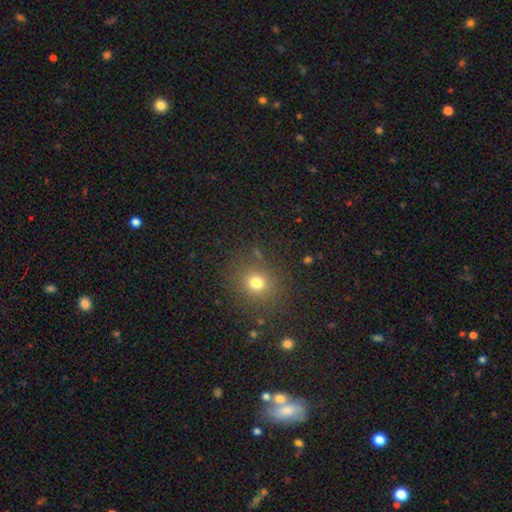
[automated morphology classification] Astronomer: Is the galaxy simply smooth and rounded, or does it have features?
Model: smooth — 63%.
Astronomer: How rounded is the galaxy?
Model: round — 85%.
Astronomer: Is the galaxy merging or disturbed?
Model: none — 85%.